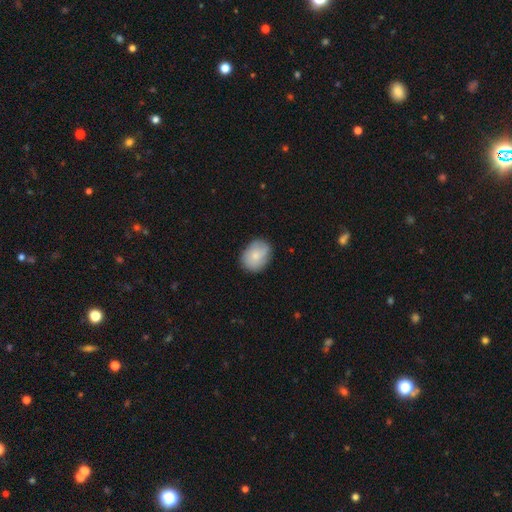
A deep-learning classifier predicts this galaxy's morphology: Smooth or featured? Predicted: smooth (p=0.75). How rounded? Predicted: in between (p=0.58). Merging? Predicted: none (p=0.77).